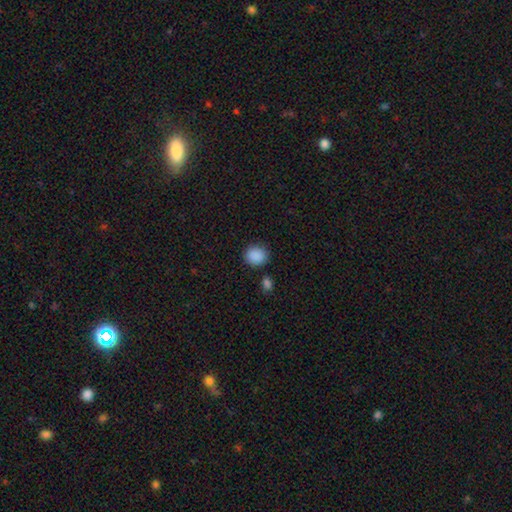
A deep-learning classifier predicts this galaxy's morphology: Overall: smooth (89%). How rounded: round (77%). Merging: none (85%).